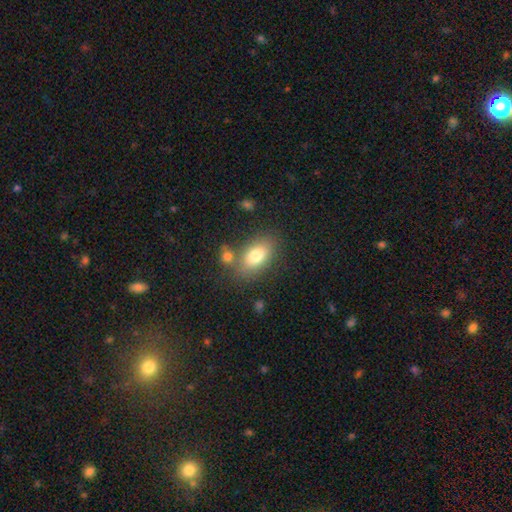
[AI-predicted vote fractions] This appears to be a smooth galaxy with no disk features (77%) that is in between round and cigar-shaped (88%). Merging: none (69%).